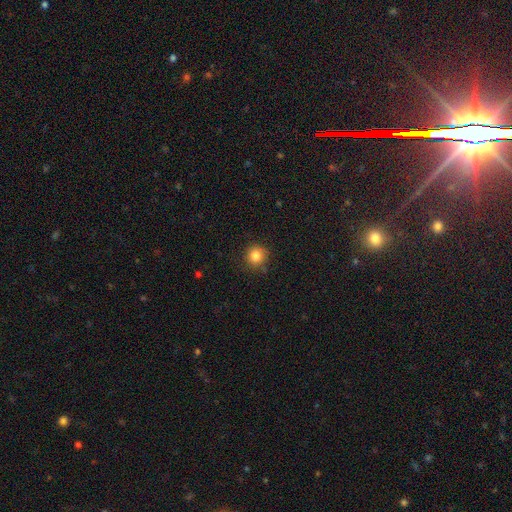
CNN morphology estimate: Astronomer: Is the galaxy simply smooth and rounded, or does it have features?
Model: smooth — 83%.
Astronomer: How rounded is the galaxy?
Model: round — 92%.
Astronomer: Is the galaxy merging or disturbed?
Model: none — 86%.